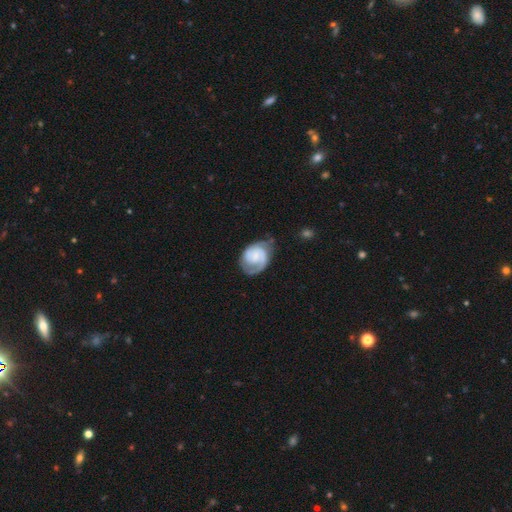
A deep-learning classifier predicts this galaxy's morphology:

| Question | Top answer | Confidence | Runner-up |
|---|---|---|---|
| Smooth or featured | featured or disk | 77% | smooth (18%) |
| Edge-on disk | no | 98% | yes (2%) |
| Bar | no | 55% | weak (37%) |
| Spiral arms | yes | 94% | no (6%) |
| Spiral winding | tight | 51% | medium (37%) |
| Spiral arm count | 2 | 61% | 1 (22%) |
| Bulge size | small | 44% | none (28%) |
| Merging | none | 58% | minor disturbance (26%) |